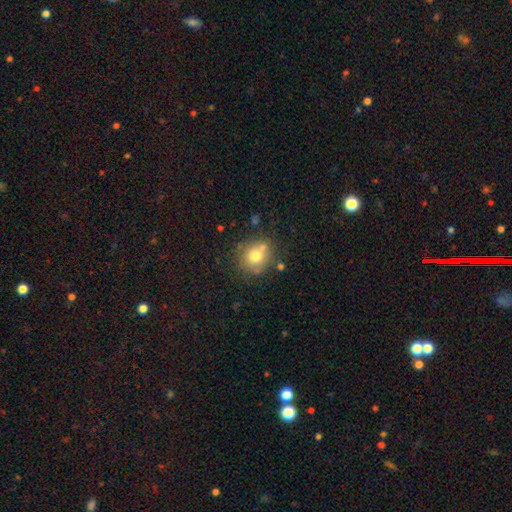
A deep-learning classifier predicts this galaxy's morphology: A smooth galaxy with no disk features (72%) that is round (81%).

Vote fractions:
- Smooth or featured? smooth: 72% / featured or disk: 16% / star or artifact: 12%
- How rounded? round: 81% / in between: 18% / cigar-shaped: 1%
- Merging? none: 67% / minor disturbance: 16% / merger: 13% / major disturbance: 5%